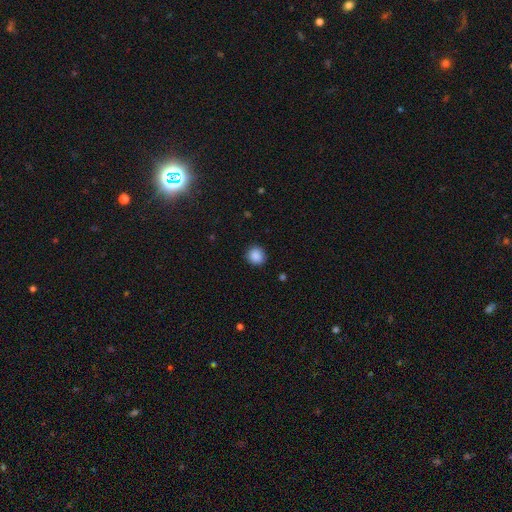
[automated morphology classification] A smooth galaxy with no disk features (88%) that is round (88%). Merging: none (87%).